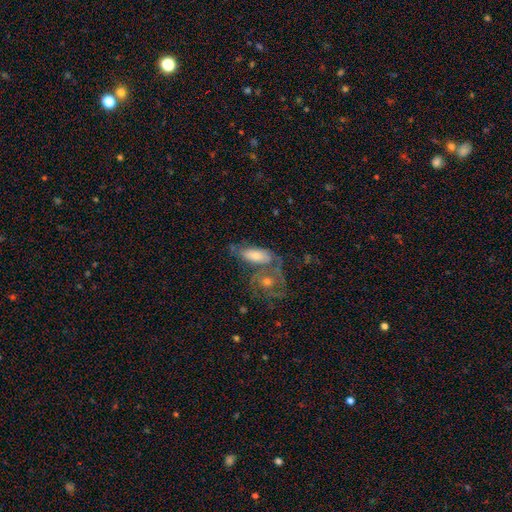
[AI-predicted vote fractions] This is possibly a smooth galaxy (49%). Merging: marginally merger (42%).